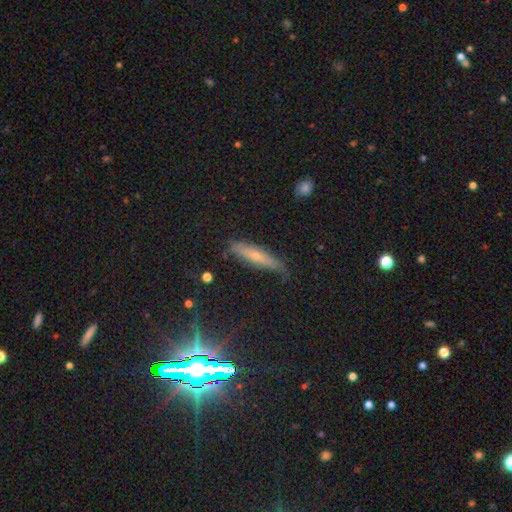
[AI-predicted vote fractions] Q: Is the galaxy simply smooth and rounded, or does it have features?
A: smooth — 48%.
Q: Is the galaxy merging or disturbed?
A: none — 65%.